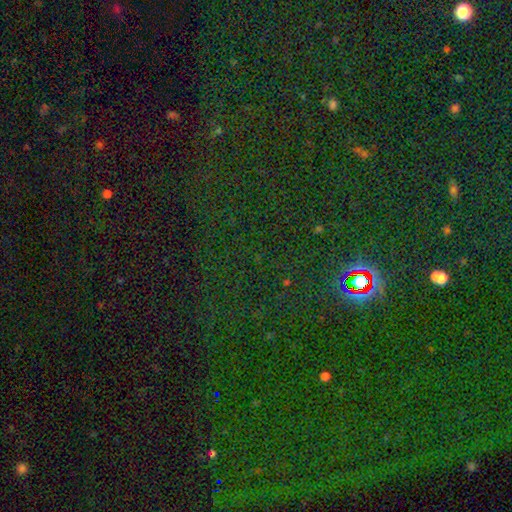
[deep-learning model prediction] Smooth or featured? Predicted: star or artifact (p=0.82).